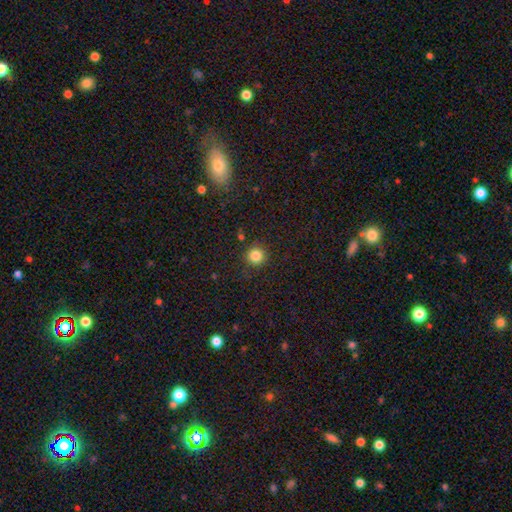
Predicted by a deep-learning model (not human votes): Smooth or featured? smooth (83%)
How rounded? round (94%)
Merging? none (88%)